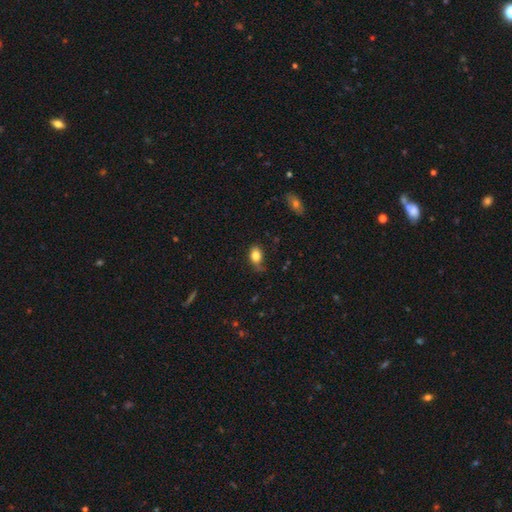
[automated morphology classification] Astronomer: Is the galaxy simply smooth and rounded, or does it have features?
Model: smooth — 82%.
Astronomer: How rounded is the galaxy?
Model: in between — 77%.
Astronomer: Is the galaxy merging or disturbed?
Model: none — 63%.